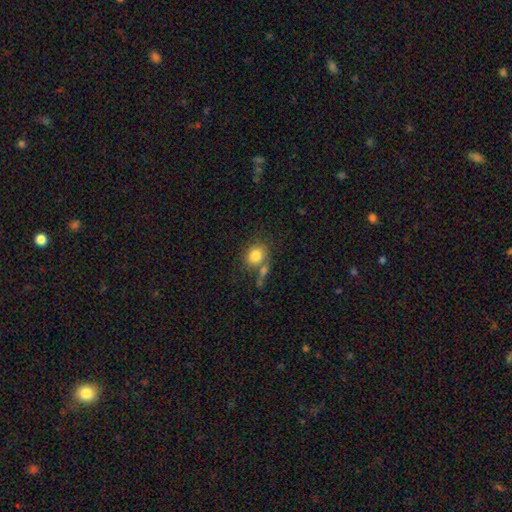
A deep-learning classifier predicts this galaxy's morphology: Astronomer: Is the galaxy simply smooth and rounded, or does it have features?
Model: smooth — 82%.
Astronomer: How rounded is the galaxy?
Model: round — 68%.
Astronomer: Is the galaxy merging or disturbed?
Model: none — 58%.